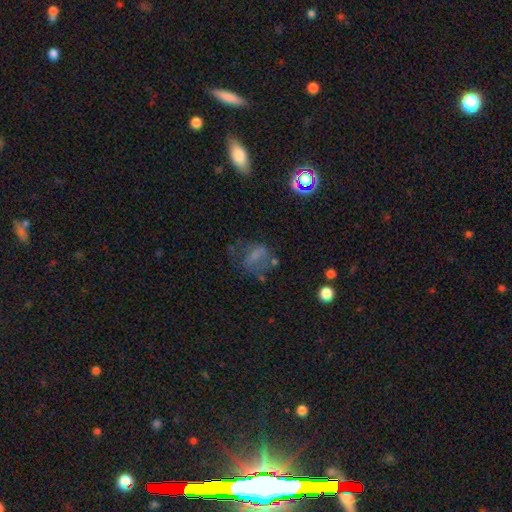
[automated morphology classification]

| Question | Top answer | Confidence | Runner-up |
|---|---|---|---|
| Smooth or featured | smooth | 46% | featured or disk (30%) |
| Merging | none | 44% | major disturbance (29%) |